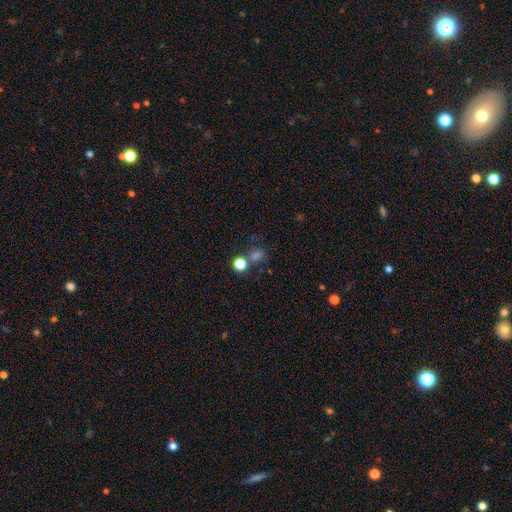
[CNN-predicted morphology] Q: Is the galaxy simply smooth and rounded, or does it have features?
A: smooth — 55%.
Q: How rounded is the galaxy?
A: round — 64%.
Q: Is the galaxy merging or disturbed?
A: none — 60%.